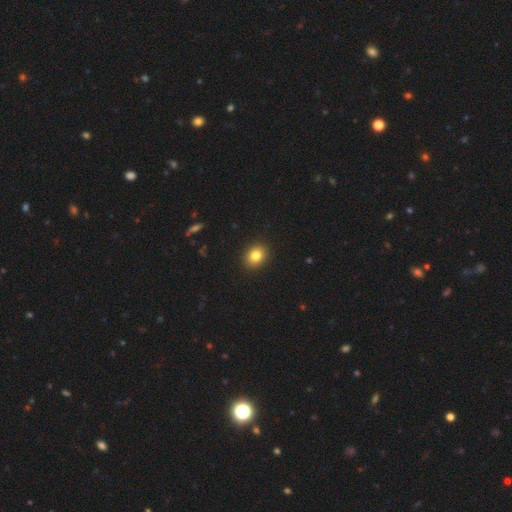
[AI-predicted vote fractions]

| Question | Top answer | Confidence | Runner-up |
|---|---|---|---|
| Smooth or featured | smooth | 82% | star or artifact (11%) |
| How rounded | round | 59% | in between (40%) |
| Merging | none | 92% | minor disturbance (6%) |